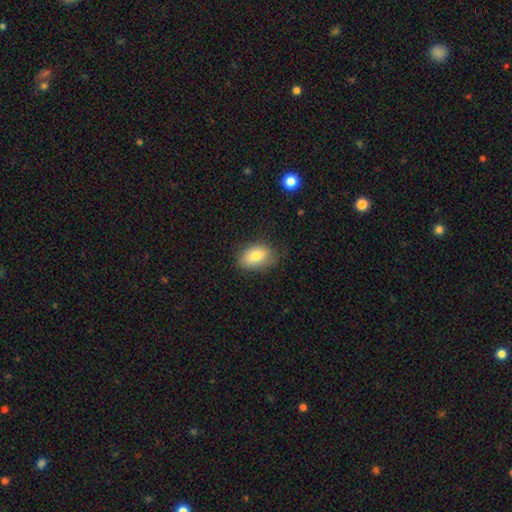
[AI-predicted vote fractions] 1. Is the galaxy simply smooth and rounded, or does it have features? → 82% smooth, 10% featured or disk, 8% star or artifact.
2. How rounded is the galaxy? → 85% in between, 14% round, 1% cigar-shaped.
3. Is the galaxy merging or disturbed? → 71% none, 23% minor disturbance, 5% major disturbance, 1% merger.